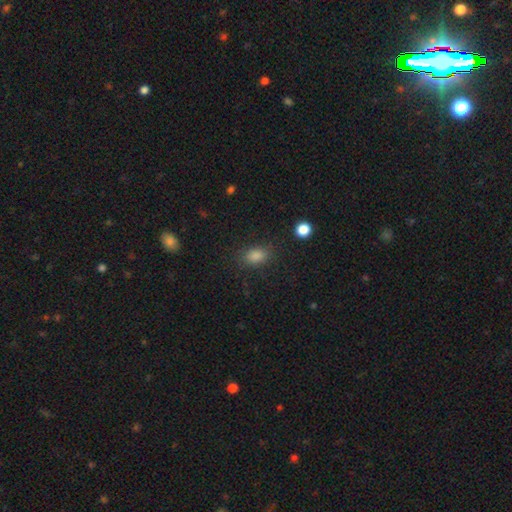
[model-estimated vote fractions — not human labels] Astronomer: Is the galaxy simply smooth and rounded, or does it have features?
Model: smooth — 82%.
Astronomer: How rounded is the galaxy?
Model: in between — 77%.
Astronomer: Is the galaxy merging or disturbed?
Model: none — 83%.